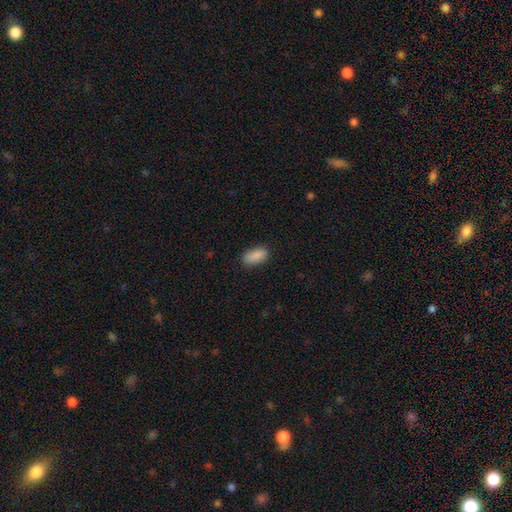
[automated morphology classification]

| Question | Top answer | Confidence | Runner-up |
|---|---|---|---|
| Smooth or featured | smooth | 88% | star or artifact (7%) |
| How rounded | in between | 87% | cigar-shaped (10%) |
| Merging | none | 80% | minor disturbance (16%) |